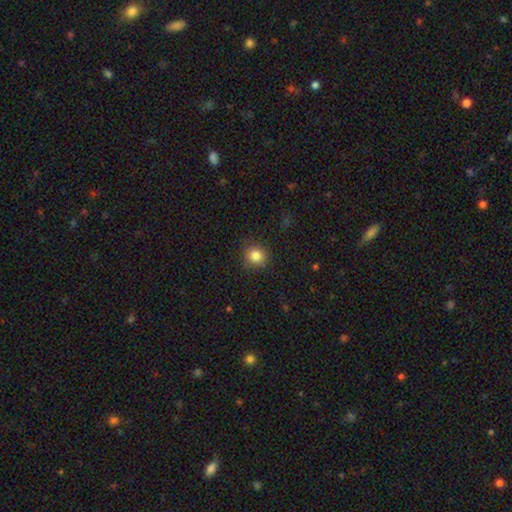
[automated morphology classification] Overall: smooth (84%). How rounded: round (88%). Merging: none (87%).